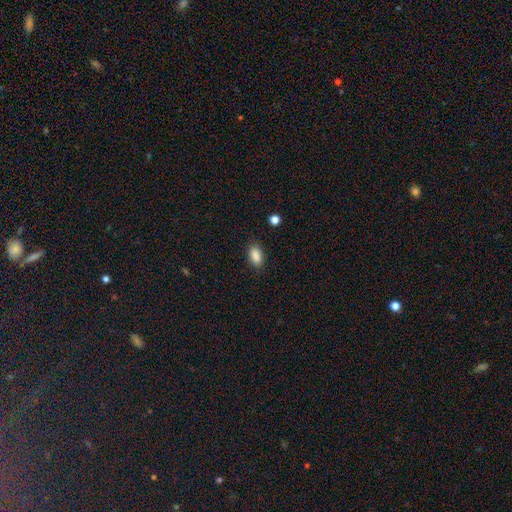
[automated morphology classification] Overall: smooth (88%). How rounded: in between (90%). Merging: none (85%).